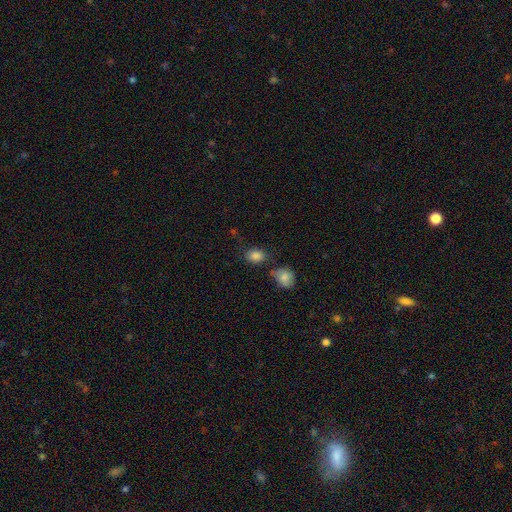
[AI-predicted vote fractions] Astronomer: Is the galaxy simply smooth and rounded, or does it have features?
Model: smooth — 84%.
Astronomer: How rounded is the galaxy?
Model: in between — 67%.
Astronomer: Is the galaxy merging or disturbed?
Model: none — 67%.